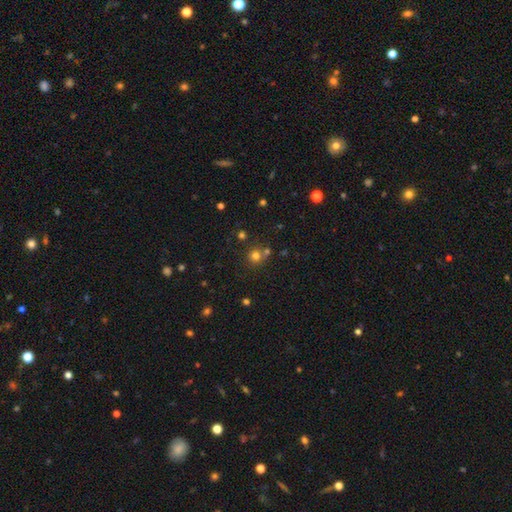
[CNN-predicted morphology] smooth-or-featured: smooth: 73% | star or artifact: 20% | featured or disk: 8%
  how-rounded: round: 89% | in between: 10% | cigar-shaped: 1%
  merging: none: 63% | merger: 24% | minor disturbance: 9% | major disturbance: 4%